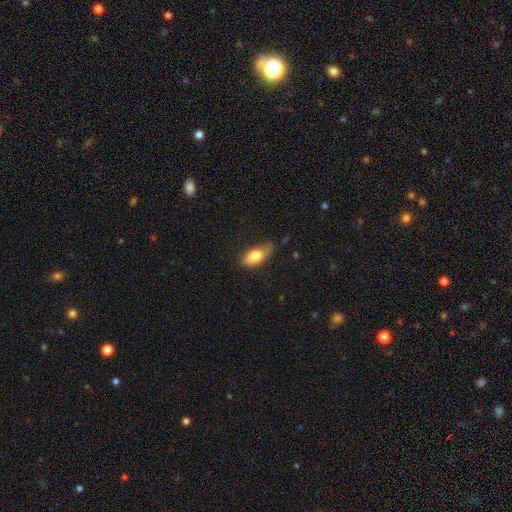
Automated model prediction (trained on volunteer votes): Smooth or featured: smooth — 77% (featured or disk — 16%)
How rounded: in between — 86% (cigar-shaped — 10%)
Merging: none — 63% (minor disturbance — 30%)